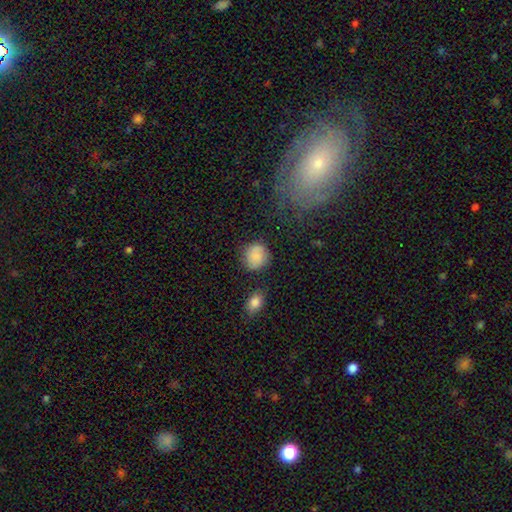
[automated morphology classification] Smooth or featured? smooth (82%)
How rounded? round (84%)
Merging? none (78%)